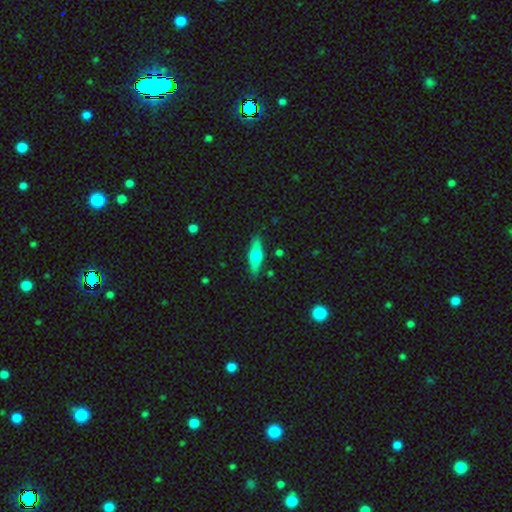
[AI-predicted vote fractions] smooth 47% (tied), featured or disk 47% (tied), star or artifact 6%. Down the decision tree: merging — none (88%).